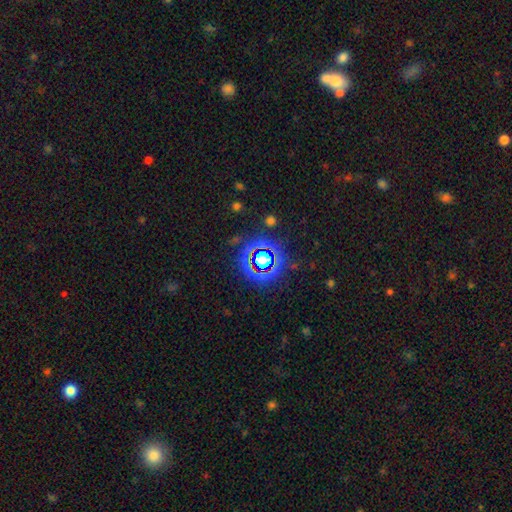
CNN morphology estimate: Smooth or featured?
  - star or artifact: 70% *
  - smooth: 20%
  - featured or disk: 10%